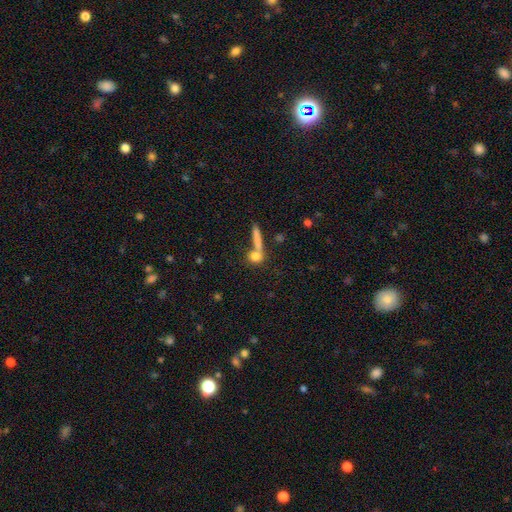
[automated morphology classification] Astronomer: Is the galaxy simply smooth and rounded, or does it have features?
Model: smooth — 69%.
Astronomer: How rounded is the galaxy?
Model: round — 45% (runner-up: cigar-shaped, 33%).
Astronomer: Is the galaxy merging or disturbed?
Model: none — 56%.